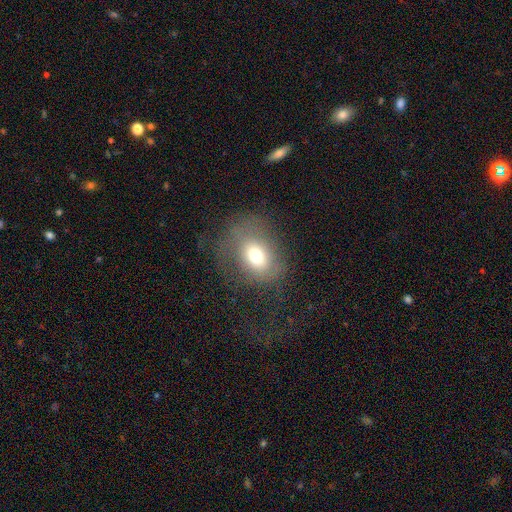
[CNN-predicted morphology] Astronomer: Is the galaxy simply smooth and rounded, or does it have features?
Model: smooth — 67%.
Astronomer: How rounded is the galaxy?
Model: in between — 53% (runner-up: round, 46%).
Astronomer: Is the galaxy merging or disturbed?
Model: none — 53%.